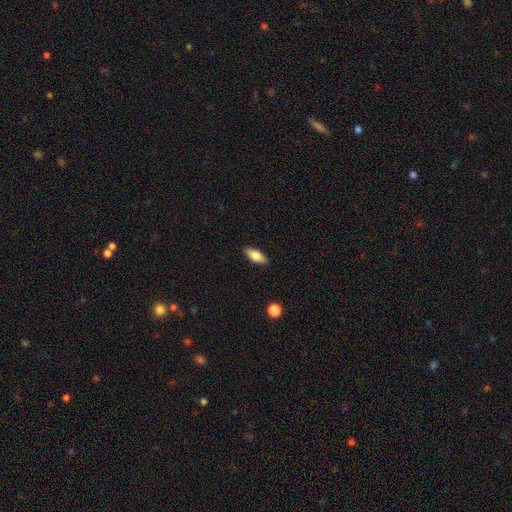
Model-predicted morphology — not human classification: The model was most divided on "smooth or featured": smooth: 74%, featured or disk: 19%, star or artifact: 7%. More confident: merging — none (88%); how rounded — in between (79%).